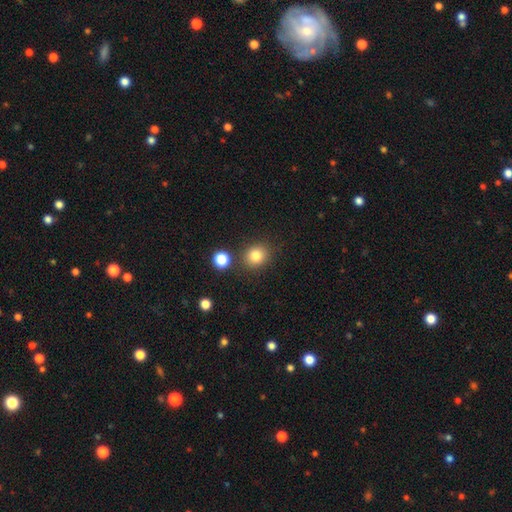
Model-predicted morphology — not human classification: Smooth or featured? Predicted: smooth (p=0.82). How rounded? Predicted: round (p=0.77). Merging? Predicted: none (p=0.82).